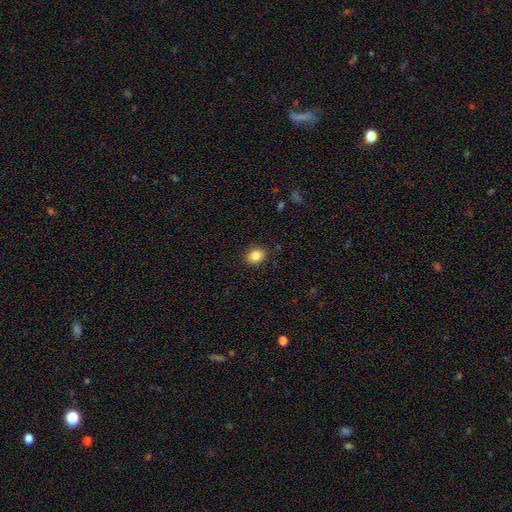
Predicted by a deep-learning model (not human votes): smooth 84%, star or artifact 9%, featured or disk 6%. Down the decision tree: how rounded — in between (54%); merging — none (89%).